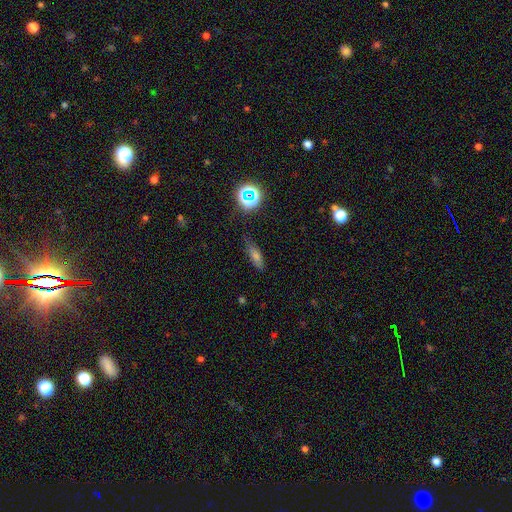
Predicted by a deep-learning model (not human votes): smooth 65%, featured or disk 18%, star or artifact 17%. Down the decision tree: how rounded — cigar-shaped (47%, tied with in between); merging — none (77%).